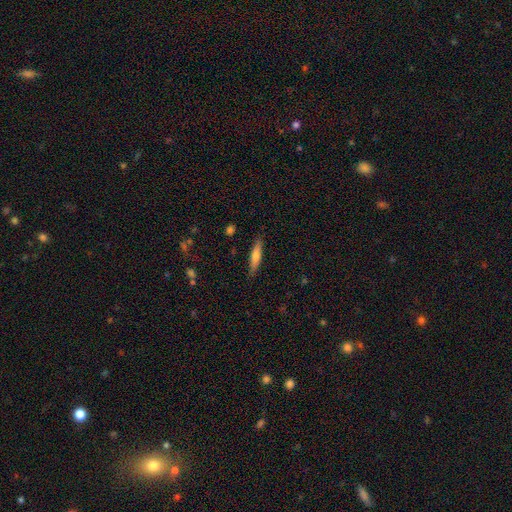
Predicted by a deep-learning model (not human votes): Overall: smooth (60%; featured or disk 34%). How rounded: cigar-shaped (84%). Merging: none (87%).